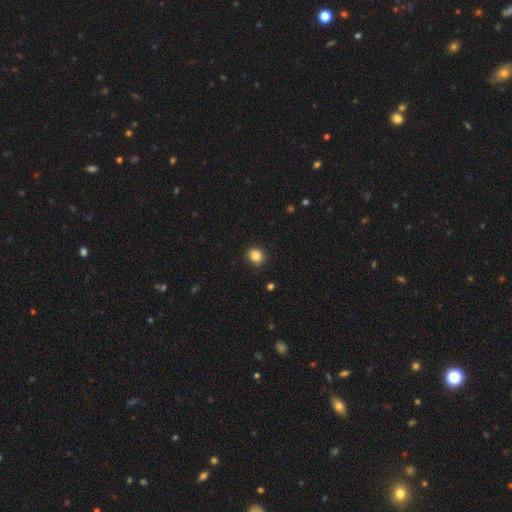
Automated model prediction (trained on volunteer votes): Smooth or featured? Predicted: smooth (p=0.86). How rounded? Predicted: round (p=0.82). Merging? Predicted: none (p=0.89).